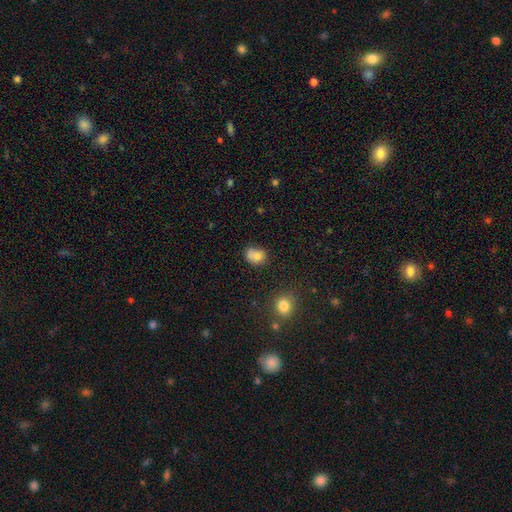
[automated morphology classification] Smooth or featured? Predicted: smooth (p=0.80). How rounded? Predicted: in between (p=0.58). Merging? Predicted: none (p=0.57).